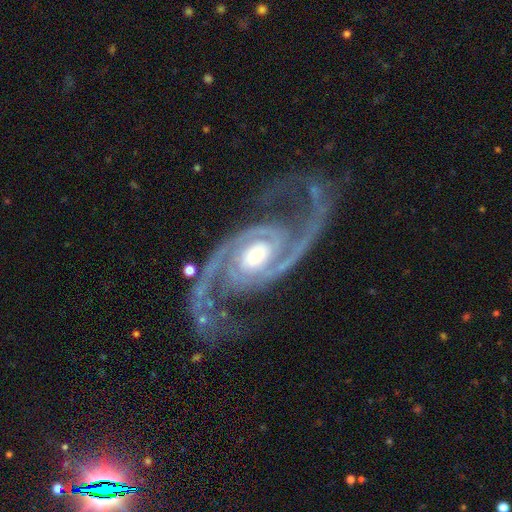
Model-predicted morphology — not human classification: type=featured or disk (94%); edge-on=no (98%); bar=no (52%); spiral arms=yes (99%); winding=medium (59%); arm count=2 (94%); bulge=moderate (62%); merging=none (75%).